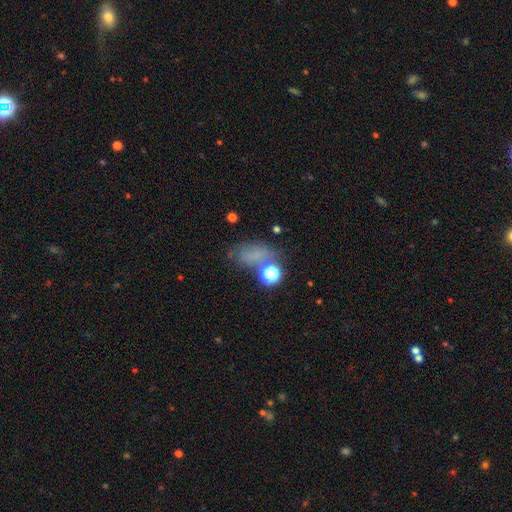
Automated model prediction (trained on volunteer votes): Smooth or featured? smooth (56%)
How rounded? in between (67%)
Merging? none (48%)